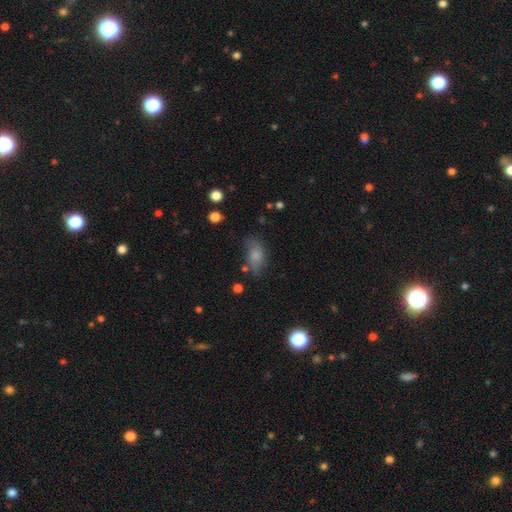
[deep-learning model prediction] Smooth or featured: smooth — 78% (featured or disk — 13%)
How rounded: in between — 88% (round — 6%)
Merging: none — 66% (minor disturbance — 23%)